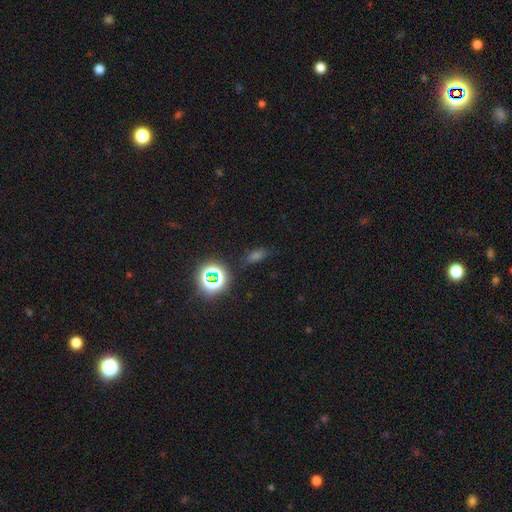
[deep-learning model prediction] Overall: star or artifact (46%; smooth 43%).